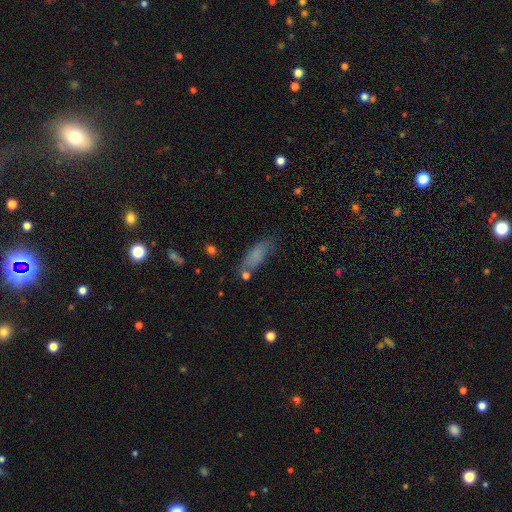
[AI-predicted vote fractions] smooth 77%, featured or disk 13%, star or artifact 10%. Down the decision tree: how rounded — in between (66%); merging — none (67%).